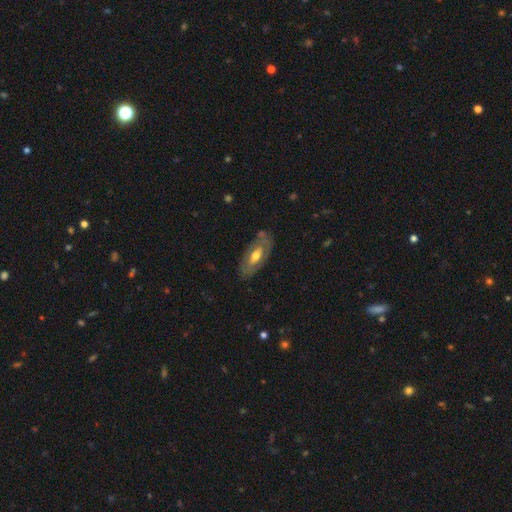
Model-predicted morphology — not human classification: The model was most divided on "smooth or featured": featured or disk: 57%, smooth: 38%, star or artifact: 5%. More confident: edge-on disk — no (83%); merging — none (76%).